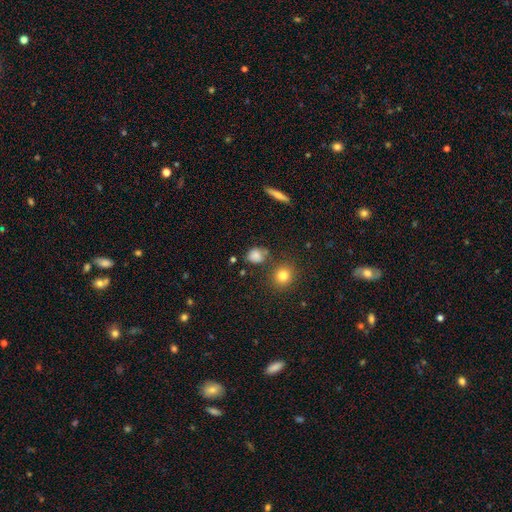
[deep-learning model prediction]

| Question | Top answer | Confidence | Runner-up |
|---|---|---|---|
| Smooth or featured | smooth | 81% | star or artifact (12%) |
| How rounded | round | 65% | in between (33%) |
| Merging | none | 67% | minor disturbance (18%) |